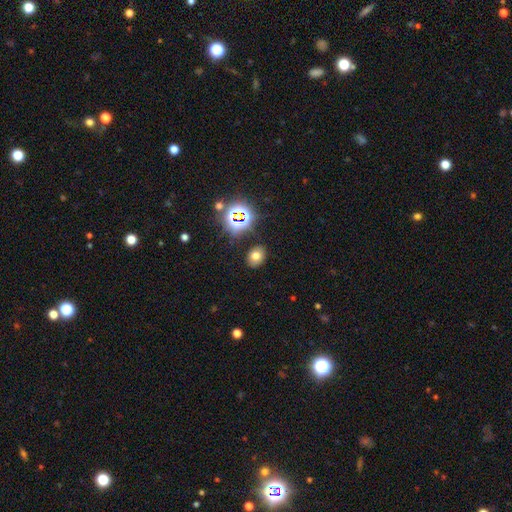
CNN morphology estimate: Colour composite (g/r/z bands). It shows a smooth galaxy with no disk features (67%) that is in between round and cigar-shaped (61%). Merging: none (85%).